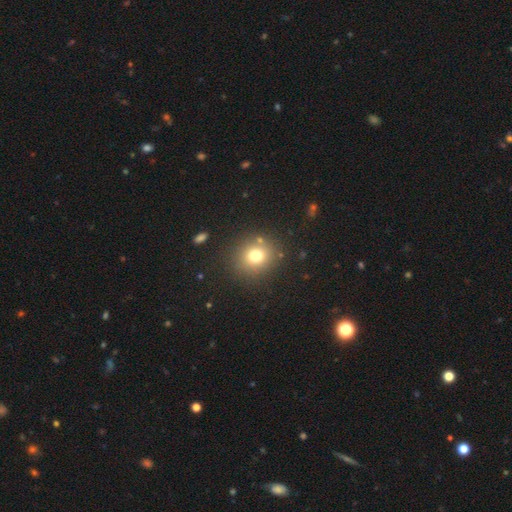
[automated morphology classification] smooth_or_featured: smooth (p=0.74) [alt: star or artifact p=0.16]
how_rounded: round (p=0.83) [alt: in between p=0.16]
merging: none (p=0.84) [alt: minor disturbance p=0.08]